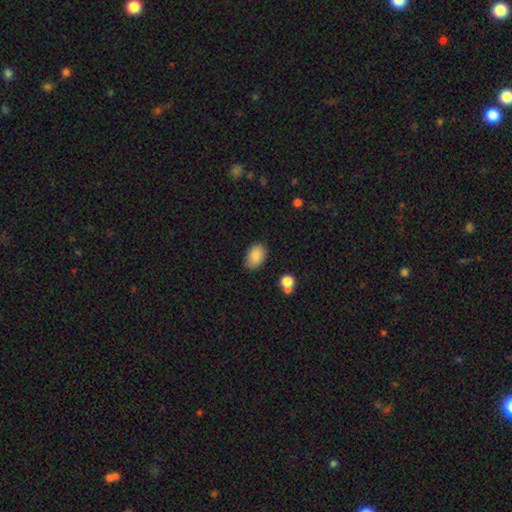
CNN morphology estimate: smooth 88%, star or artifact 7%, featured or disk 5%. Down the decision tree: how rounded — in between (88%); merging — none (81%).